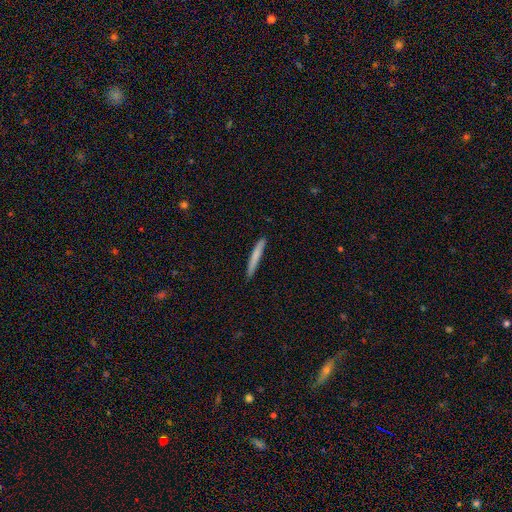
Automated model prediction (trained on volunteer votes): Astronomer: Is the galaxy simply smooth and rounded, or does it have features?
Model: smooth — 75%.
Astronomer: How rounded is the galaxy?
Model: cigar-shaped — 96%.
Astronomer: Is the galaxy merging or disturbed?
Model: none — 89%.